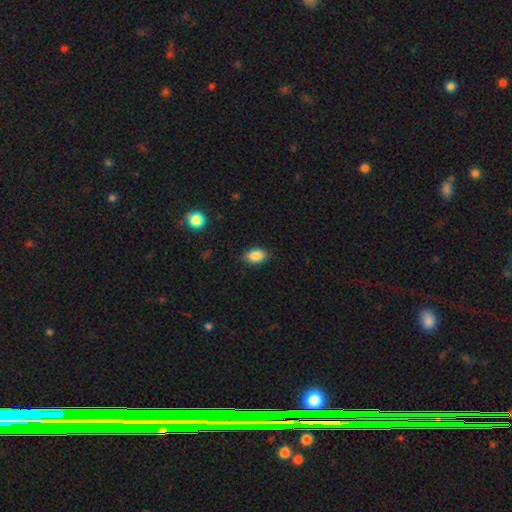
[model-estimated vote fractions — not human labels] A smooth galaxy with no disk features (87%) that is in between round and cigar-shaped (86%). Merging: none (85%).